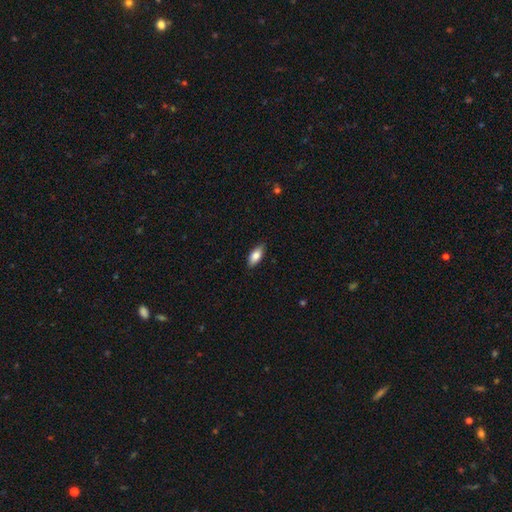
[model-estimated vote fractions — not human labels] Smooth or featured: smooth — 78% (featured or disk — 16%)
How rounded: in between — 82% (cigar-shaped — 16%)
Merging: none — 87% (minor disturbance — 10%)